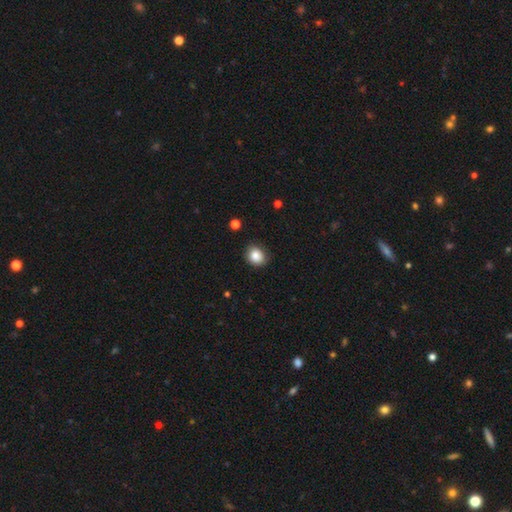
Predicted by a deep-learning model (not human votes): This is clearly a smooth galaxy (85%). How rounded: likely round (66%). Merging: clearly none (83%).